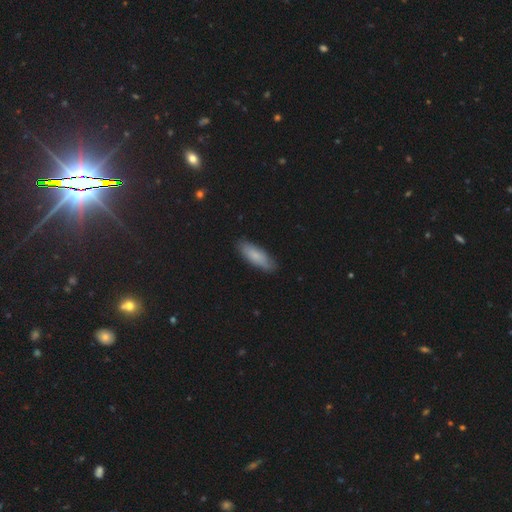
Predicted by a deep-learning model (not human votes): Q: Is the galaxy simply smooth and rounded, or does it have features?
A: smooth — 78%.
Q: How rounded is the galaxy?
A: in between — 62%.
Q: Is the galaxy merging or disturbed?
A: none — 84%.